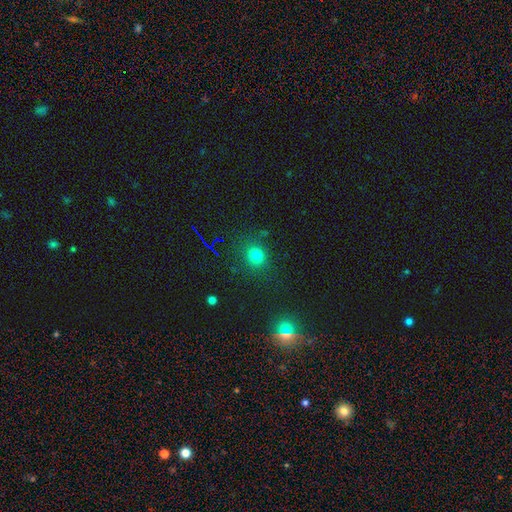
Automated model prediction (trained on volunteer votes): smooth 73%, star or artifact 20%, featured or disk 6%. Down the decision tree: how rounded — round (85%); merging — none (83%).